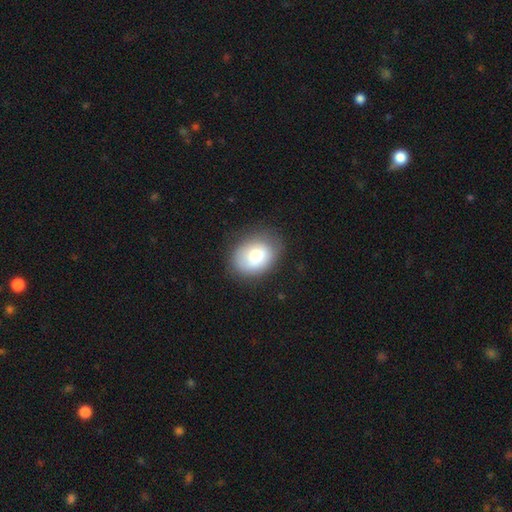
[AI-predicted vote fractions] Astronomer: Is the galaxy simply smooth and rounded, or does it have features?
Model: smooth — 77%.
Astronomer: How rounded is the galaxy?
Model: in between — 59% (runner-up: round, 40%).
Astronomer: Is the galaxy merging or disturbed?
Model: none — 76%.